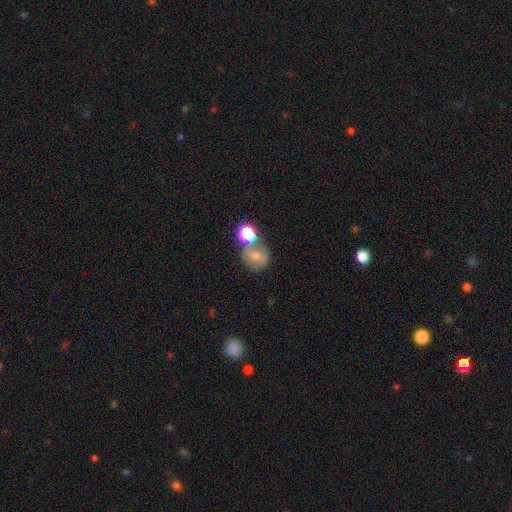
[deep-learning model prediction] This appears to be a smooth galaxy with no disk features (60%) that is round (78%). Merging: none (47%).